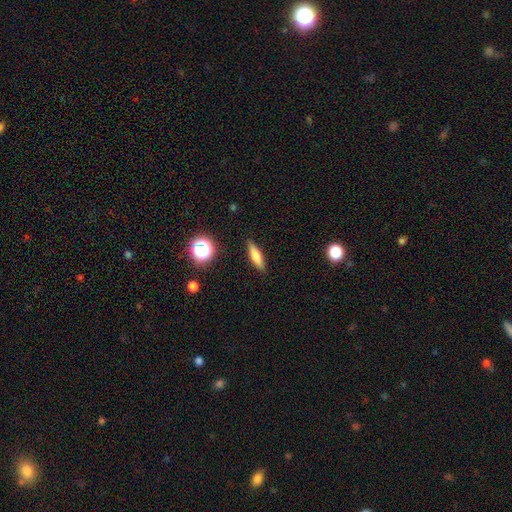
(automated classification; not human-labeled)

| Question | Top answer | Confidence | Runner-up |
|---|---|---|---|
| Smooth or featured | smooth | 68% | featured or disk (23%) |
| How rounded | cigar-shaped | 66% | in between (31%) |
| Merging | none | 88% | minor disturbance (9%) |